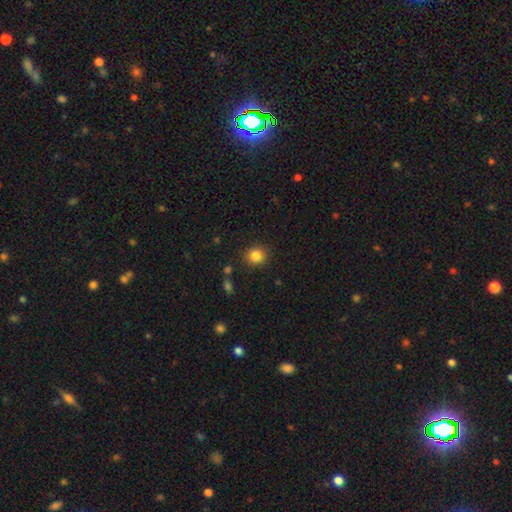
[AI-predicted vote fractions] Smooth or featured? Predicted: smooth (p=0.84). How rounded? Predicted: round (p=0.84). Merging? Predicted: none (p=0.88).